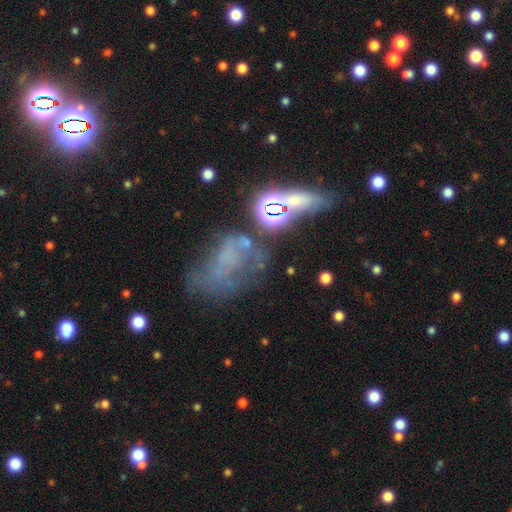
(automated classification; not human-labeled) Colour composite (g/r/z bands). It shows a featured or disk galaxy (43%). Merging: none (31%).